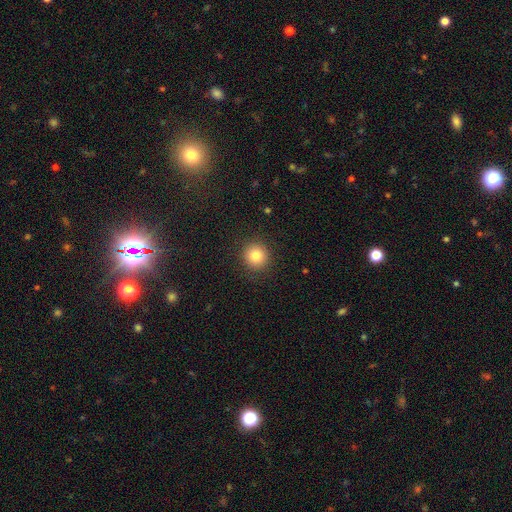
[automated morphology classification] Q: Smooth or featured?
A: smooth (83%); runner-up: star or artifact (11%)
Q: How rounded?
A: round (92%); runner-up: in between (7%)
Q: Merging?
A: none (90%); runner-up: minor disturbance (6%)